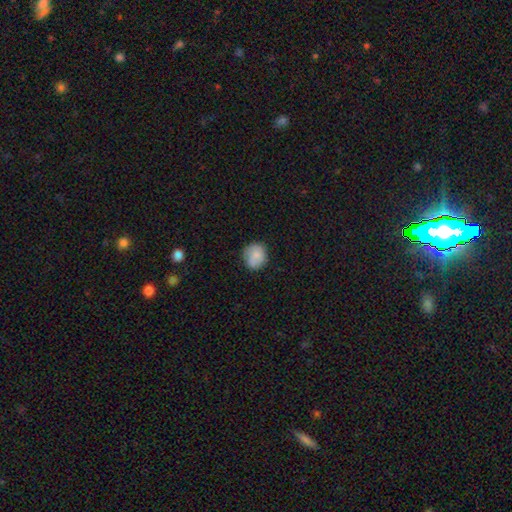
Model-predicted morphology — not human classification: The model was most divided on "merging": none: 70%, minor disturbance: 21%, major disturbance: 5%, merger: 4%. More confident: how rounded — round (81%); smooth or featured — smooth (78%).